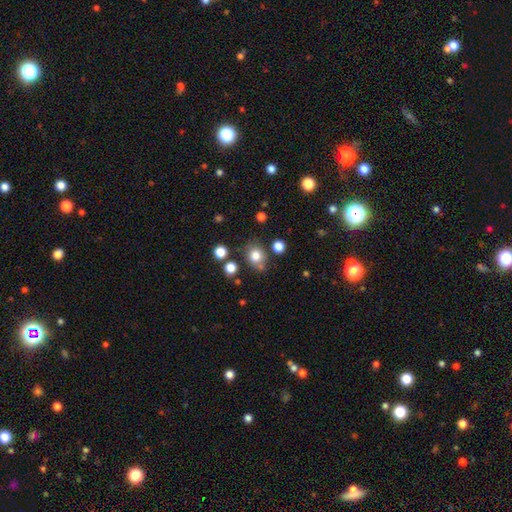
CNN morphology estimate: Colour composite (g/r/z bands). It shows a smooth galaxy with no disk features (80%) that is round (68%). Merging: none (71%).